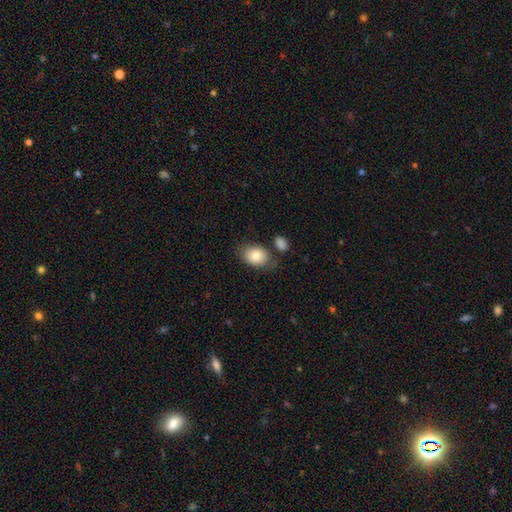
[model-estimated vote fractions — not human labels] Smooth or featured? Predicted: smooth (p=0.84). How rounded? Predicted: in between (p=0.72). Merging? Predicted: none (p=0.65).